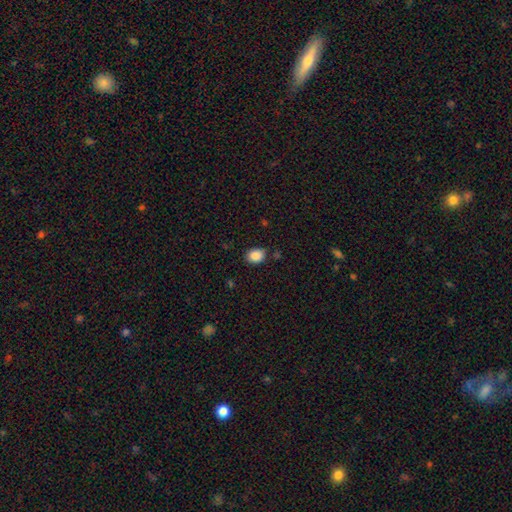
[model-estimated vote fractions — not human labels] Morphology: type=smooth (88%); roundness=in between (56%); merging=none (80%).